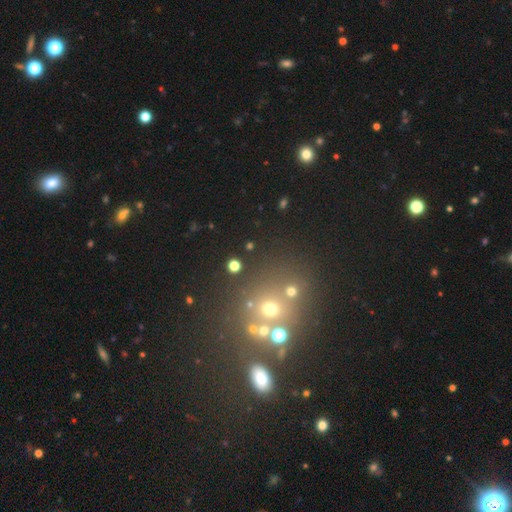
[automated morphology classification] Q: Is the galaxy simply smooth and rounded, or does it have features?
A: star or artifact — 52%.